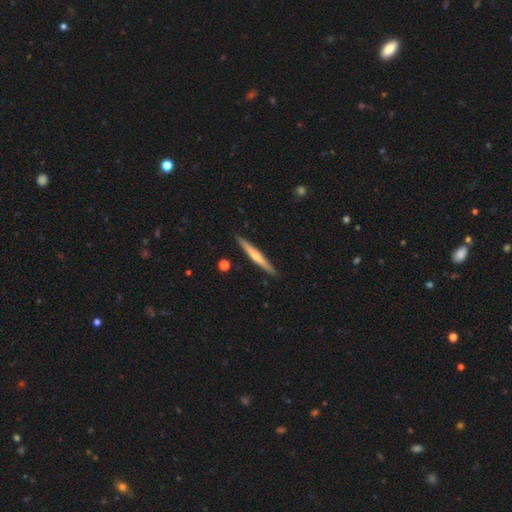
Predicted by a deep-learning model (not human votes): A featured or disk galaxy (56%) viewed edge-on (97%) with a rounded central bulge (68%).

Vote fractions:
- Smooth or featured? featured or disk: 56% / smooth: 39% / star or artifact: 5%
- Edge-on disk? yes: 97% / no: 3%
- Edge-on bulge? rounded: 68% / none: 28% / boxy: 5%
- Merging? none: 91% / minor disturbance: 6% / merger: 1% / major disturbance: 1%